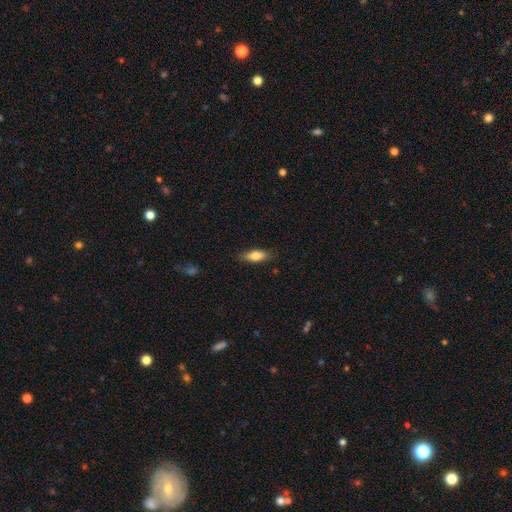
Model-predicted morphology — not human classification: Smooth or featured? smooth (78%)
How rounded? in between (71%)
Merging? none (83%)